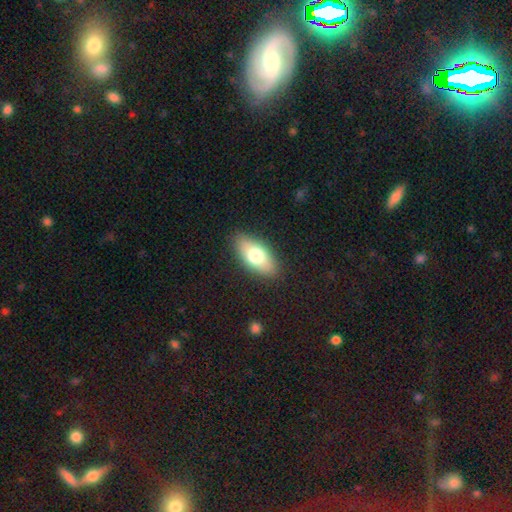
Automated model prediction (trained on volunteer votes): Smooth or featured? Predicted: smooth (p=0.71). How rounded? Predicted: in between (p=0.87). Merging? Predicted: none (p=0.87).